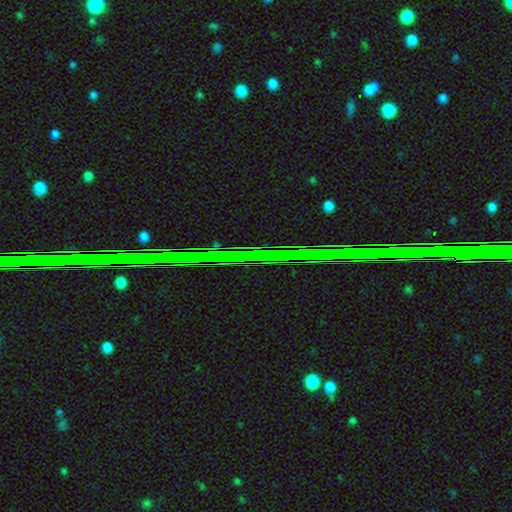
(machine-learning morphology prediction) smooth-or-featured: star or artifact: 80% | featured or disk: 13% | smooth: 8%